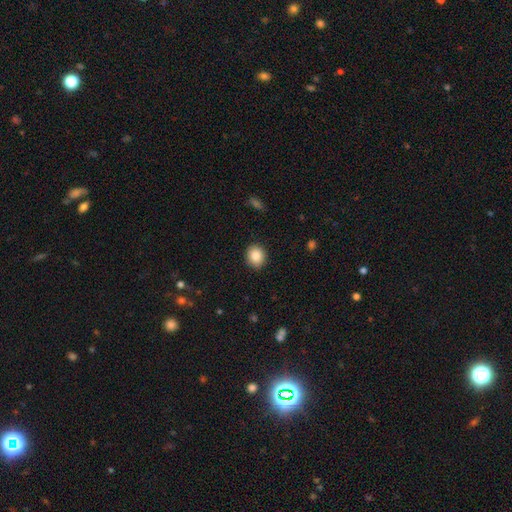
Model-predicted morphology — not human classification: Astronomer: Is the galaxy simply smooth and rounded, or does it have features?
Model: smooth — 87%.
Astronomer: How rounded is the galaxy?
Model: round — 72%.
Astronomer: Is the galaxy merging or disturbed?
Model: none — 90%.